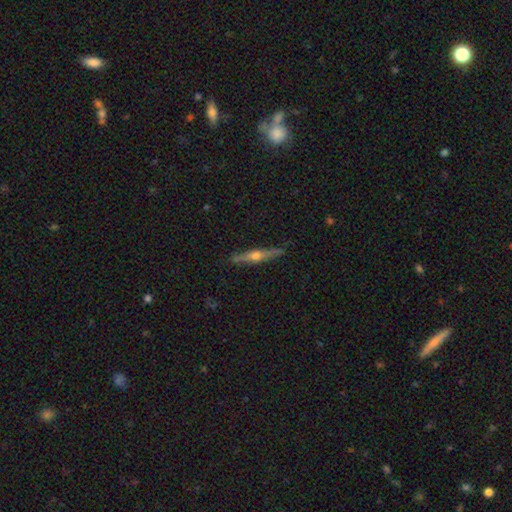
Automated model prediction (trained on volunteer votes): Smooth or featured: featured or disk — 76% (smooth — 18%)
Edge-on disk: yes — 97% (no — 3%)
Edge-on bulge: rounded — 93% (none — 4%)
Merging: none — 89% (minor disturbance — 9%)